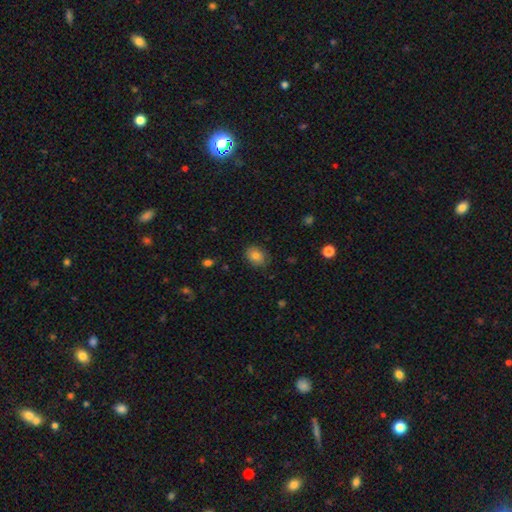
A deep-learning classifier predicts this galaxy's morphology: The model was most divided on "how rounded": in between: 60%, round: 39%, cigar-shaped: 1%. More confident: merging — none (81%); smooth or featured — smooth (81%).